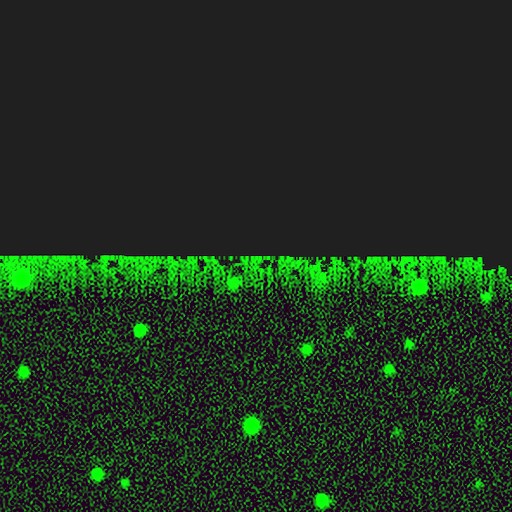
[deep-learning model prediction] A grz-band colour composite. It shows a star or artifact, not a galaxy (85%).